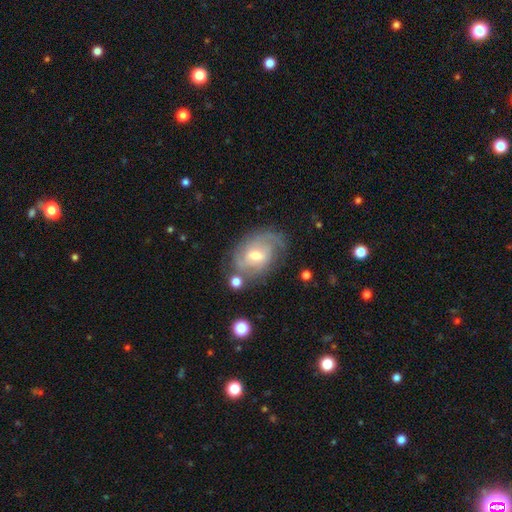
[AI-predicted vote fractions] smooth_or_featured: featured or disk (p=0.80) [alt: smooth p=0.13]
disk_edge_on: no (p=0.96) [alt: yes p=0.04]
bar: weak (p=0.52) [alt: no p=0.37]
has_spiral_arms: yes (p=0.93) [alt: no p=0.07]
spiral_winding: tight (p=0.48) [alt: medium p=0.39]
spiral_arm_count: 2 (p=0.39) [alt: can't tell p=0.28]
bulge_size: moderate (p=0.55) [alt: small p=0.40]
merging: none (p=0.68) [alt: minor disturbance p=0.19]